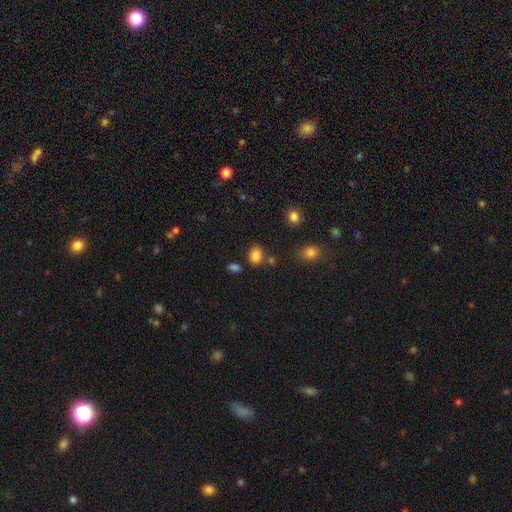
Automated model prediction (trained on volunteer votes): smooth 84%, star or artifact 11%, featured or disk 5%. Down the decision tree: how rounded — in between (68%); merging — none (75%).